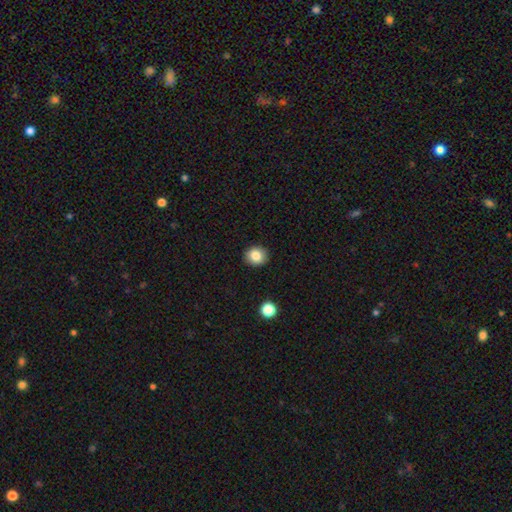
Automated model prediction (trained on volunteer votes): Smooth or featured? smooth (83%)
How rounded? round (79%)
Merging? none (90%)